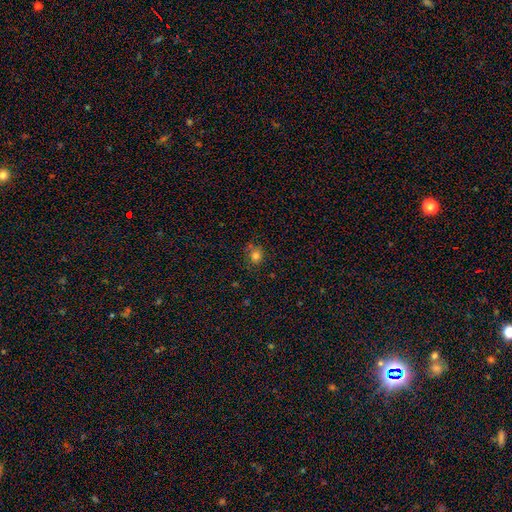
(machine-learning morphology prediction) Smooth or featured: smooth — 79% (star or artifact — 14%)
How rounded: round — 77% (in between — 22%)
Merging: none — 73% (minor disturbance — 19%)